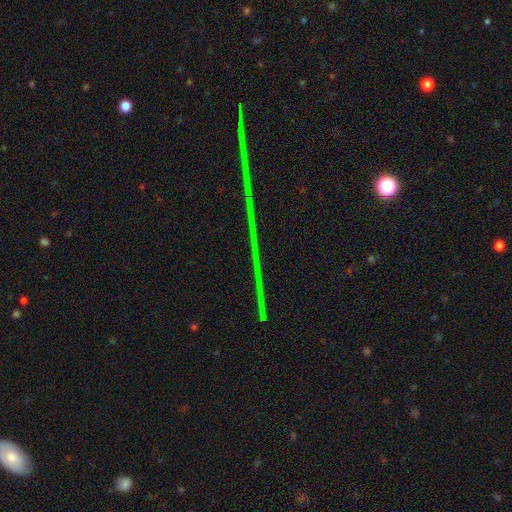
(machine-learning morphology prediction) Overall: star or artifact (82%).